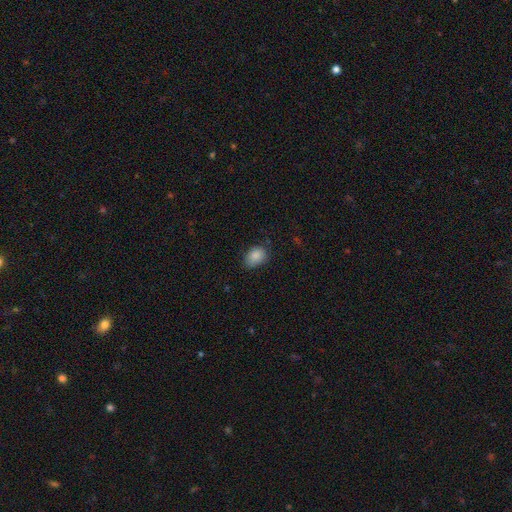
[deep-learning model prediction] smooth_or_featured: smooth (p=0.86) [alt: star or artifact p=0.08]
how_rounded: in between (p=0.75) [alt: round p=0.24]
merging: none (p=0.68) [alt: minor disturbance p=0.26]